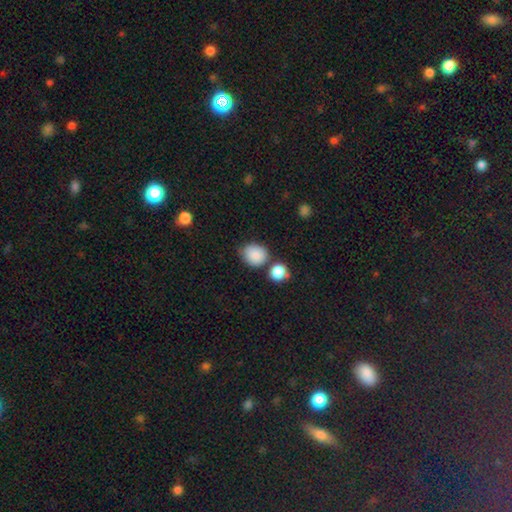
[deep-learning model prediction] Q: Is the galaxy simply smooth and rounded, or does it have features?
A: smooth — 86%.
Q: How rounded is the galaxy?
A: round — 68%.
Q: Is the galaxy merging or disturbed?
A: none — 63%.